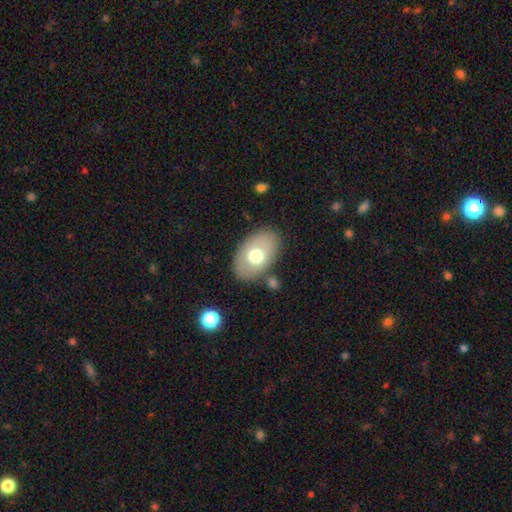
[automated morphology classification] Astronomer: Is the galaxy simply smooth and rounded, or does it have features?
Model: smooth — 66%.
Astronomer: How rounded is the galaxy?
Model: in between — 89%.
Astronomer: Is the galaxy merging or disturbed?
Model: none — 80%.